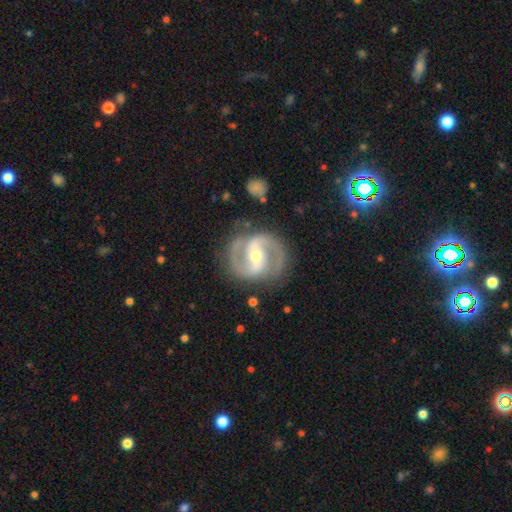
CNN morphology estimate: This is clearly a featured or disk galaxy (91%). It is clearly not viewed edge-on (98%). Bar: possibly strong (47%). Spiral arm pattern: clearly yes (97%). Spiral arm count: clearly 2 (93%). Spiral winding: possibly medium (59%). Central bulge: possibly moderate (56%). Merging: clearly none (82%).